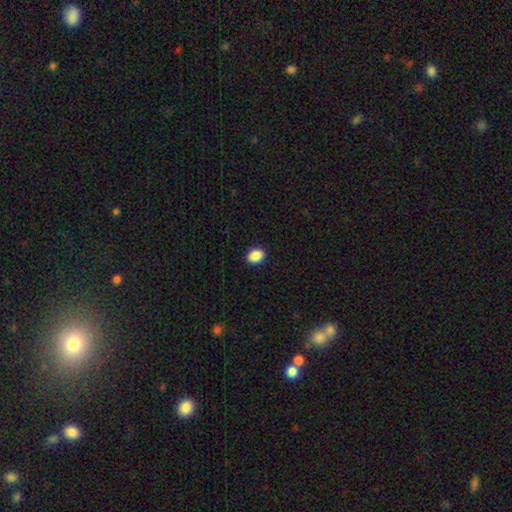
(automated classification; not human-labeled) A smooth galaxy with no disk features (90%) that is in between round and cigar-shaped (70%). Merging: none (90%).